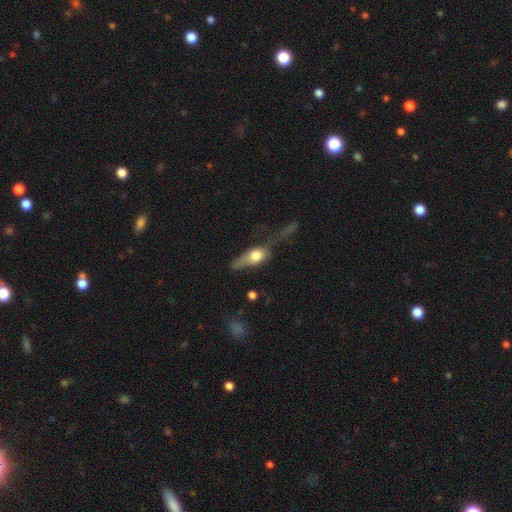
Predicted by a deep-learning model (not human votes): Overall: smooth (57%; featured or disk 34%). How rounded: in between (59%; cigar-shaped 27%). Merging: major disturbance (43%; minor disturbance 24%).